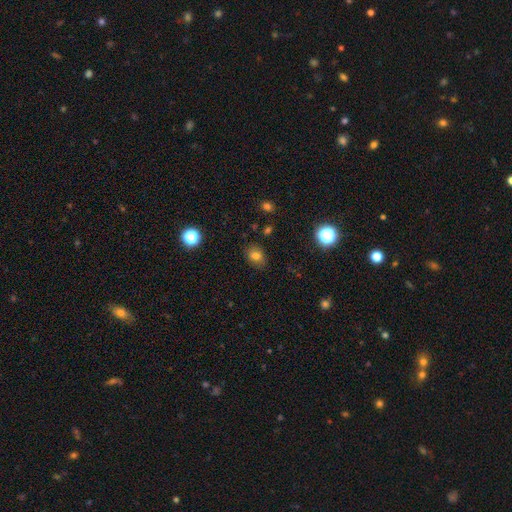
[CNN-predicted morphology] smooth 75%, star or artifact 16%, featured or disk 9%. Down the decision tree: how rounded — in between (53%); merging — none (82%).